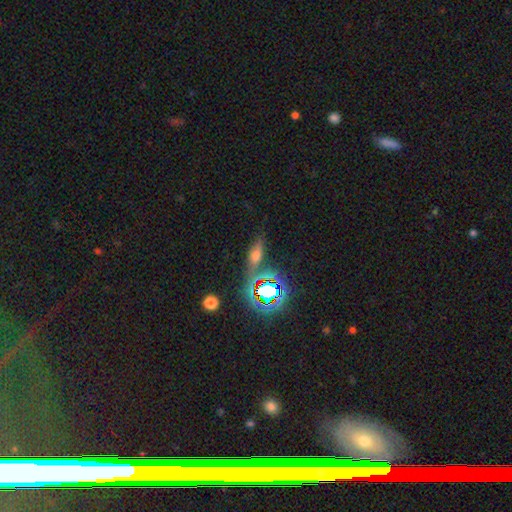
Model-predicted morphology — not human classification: smooth 44%, star or artifact 30%, featured or disk 26%. Down the decision tree: merging — none (68%).